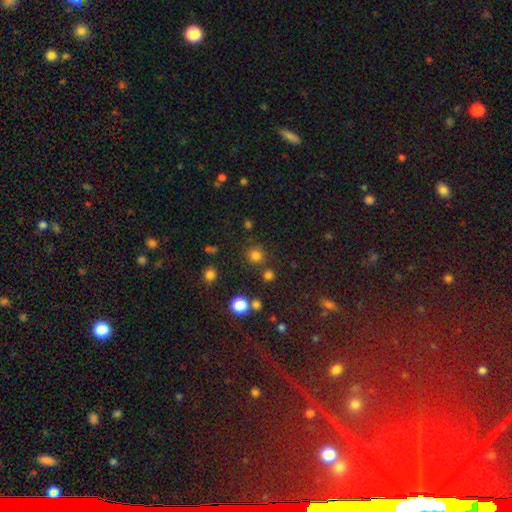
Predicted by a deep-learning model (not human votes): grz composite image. It shows a smooth galaxy with no disk features (77%) that is round (91%). Merging: none (81%).